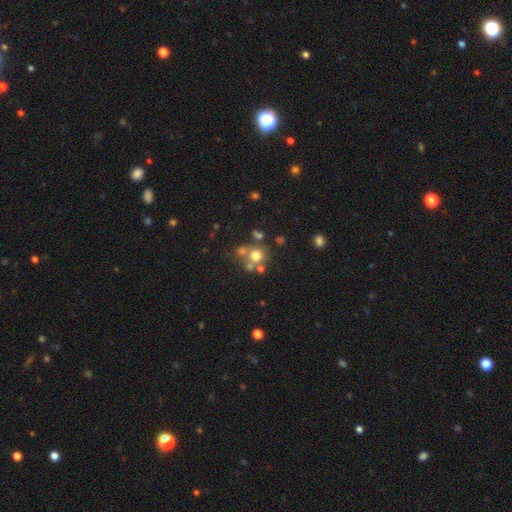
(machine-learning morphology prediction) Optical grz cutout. It shows a smooth galaxy with no disk features (65%) that is round (86%). Merging: none (53%).